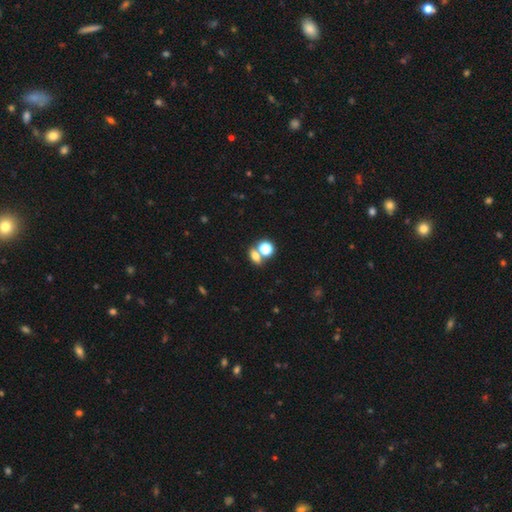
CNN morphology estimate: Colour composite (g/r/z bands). It shows a smooth galaxy with no disk features (67%) that is in between round and cigar-shaped (59%). Merging: none (50%).